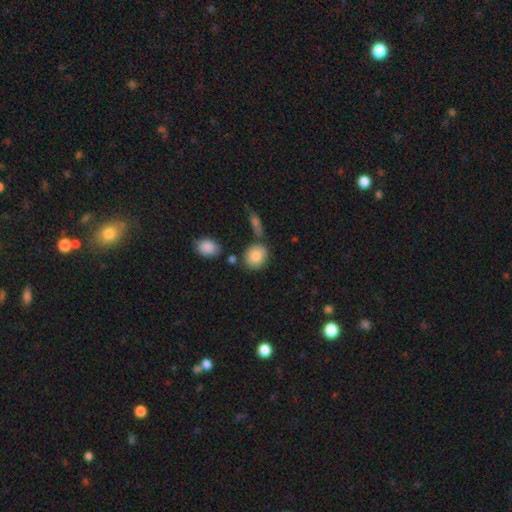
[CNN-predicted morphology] This is clearly a smooth galaxy (85%). How rounded: likely round (68%). Merging: likely none (71%).